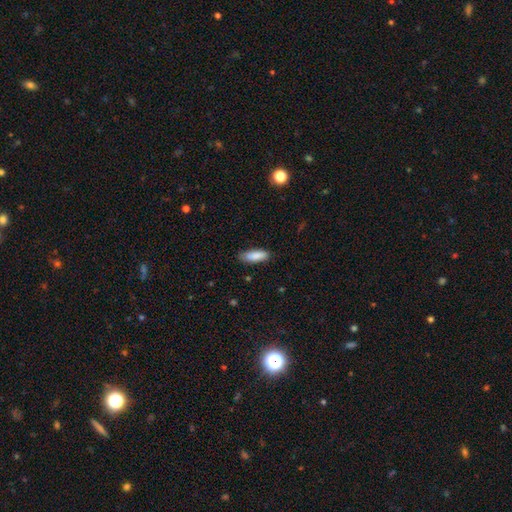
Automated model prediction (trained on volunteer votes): Smooth or featured?
  - smooth: 87% *
  - featured or disk: 7%
  - star or artifact: 6%
How rounded?
  - in between: 58% *
  - cigar-shaped: 40%
  - round: 2%
Merging?
  - none: 83% *
  - minor disturbance: 13%
  - major disturbance: 2%
  - merger: 1%